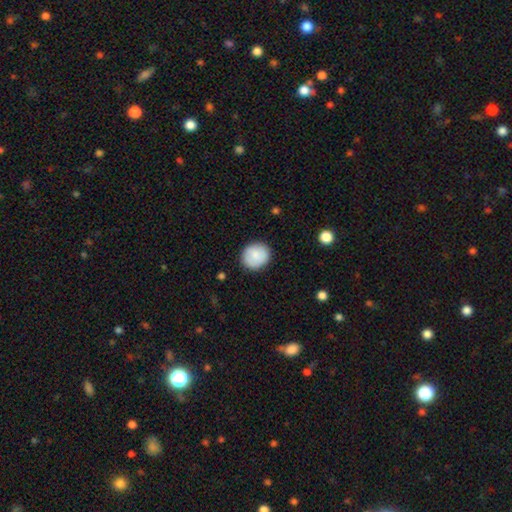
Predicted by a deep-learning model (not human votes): This appears to be a smooth galaxy with no disk features (83%) that is round (83%). Merging: none (88%).